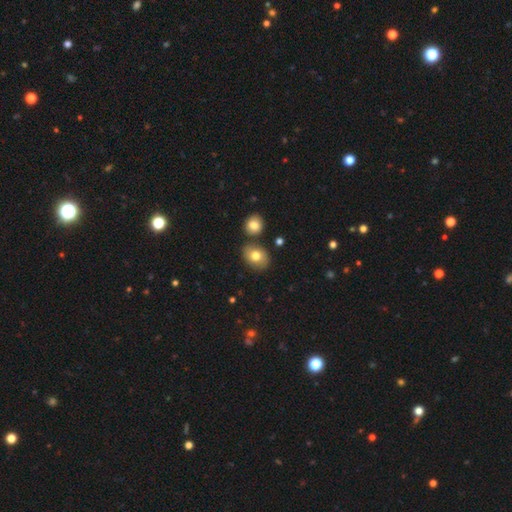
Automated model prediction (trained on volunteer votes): Smooth or featured?
  - smooth: 76% *
  - featured or disk: 15%
  - star or artifact: 9%
How rounded?
  - in between: 62% *
  - round: 37%
  - cigar-shaped: 1%
Merging?
  - none: 74% *
  - minor disturbance: 12%
  - merger: 10%
  - major disturbance: 3%